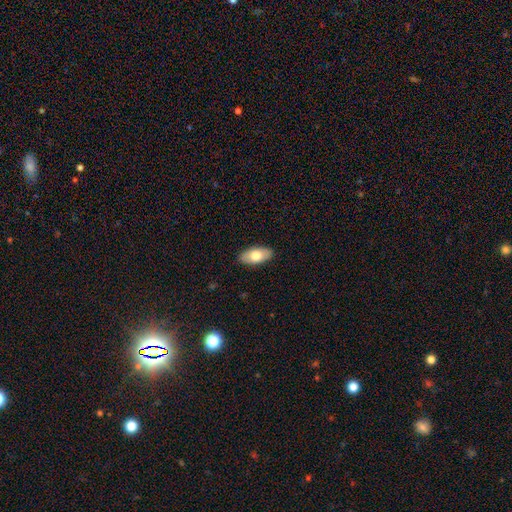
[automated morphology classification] type=smooth (73%); roundness=in between (93%); merging=none (89%).